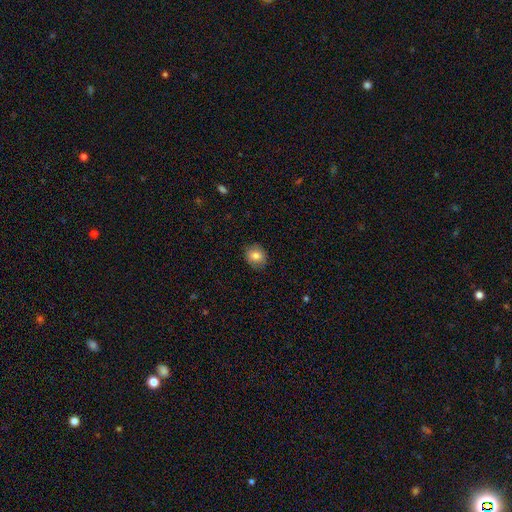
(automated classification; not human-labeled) smooth_or_featured: smooth (p=0.80) [alt: featured or disk p=0.11]
how_rounded: round (p=0.76) [alt: in between p=0.23]
merging: none (p=0.84) [alt: minor disturbance p=0.13]